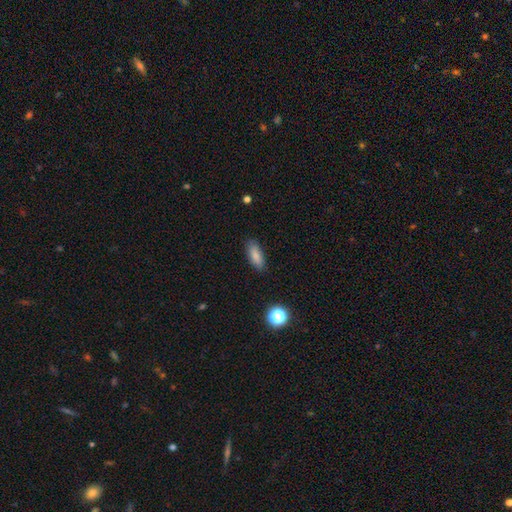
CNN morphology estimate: smooth_or_featured: smooth (p=0.84) [alt: star or artifact p=0.08]
how_rounded: in between (p=0.71) [alt: cigar-shaped p=0.26]
merging: none (p=0.86) [alt: minor disturbance p=0.11]